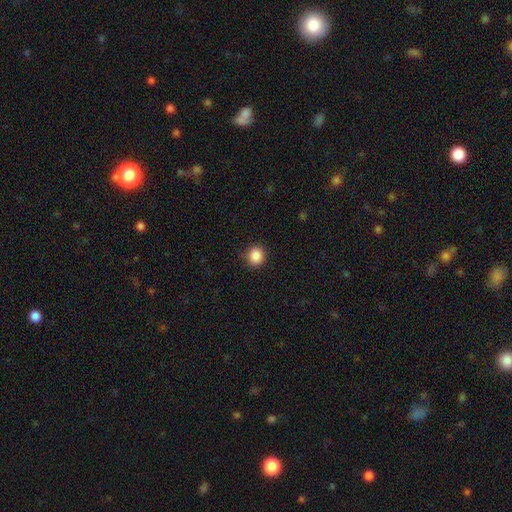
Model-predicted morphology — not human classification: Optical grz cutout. It shows a smooth galaxy with no disk features (87%) that is round (87%). Merging: none (88%).